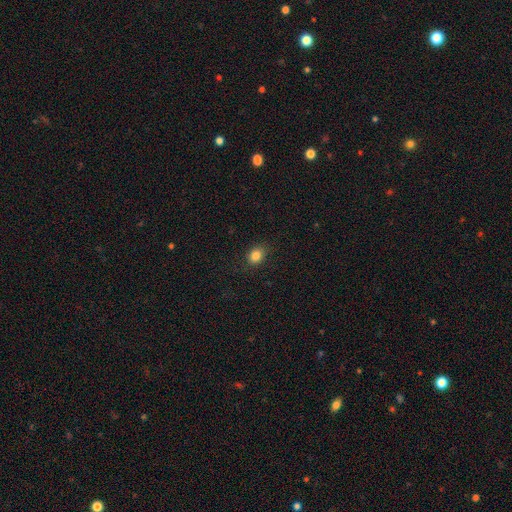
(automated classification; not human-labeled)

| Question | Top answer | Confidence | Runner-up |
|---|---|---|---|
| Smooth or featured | smooth | 84% | star or artifact (11%) |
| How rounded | in between | 51% | round (48%) |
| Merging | none | 86% | minor disturbance (10%) |